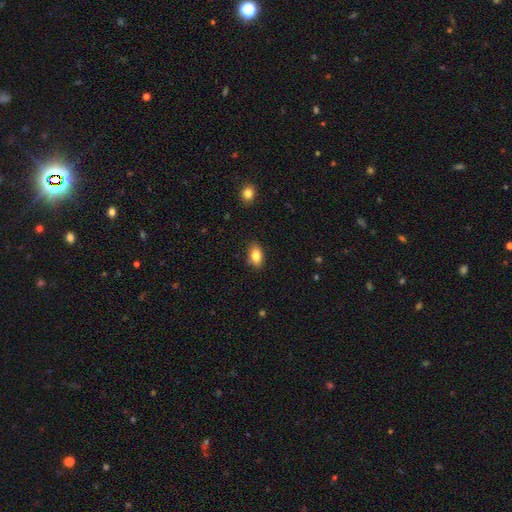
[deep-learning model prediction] This is clearly a smooth galaxy (83%). How rounded: clearly in between (87%). Merging: clearly none (85%).